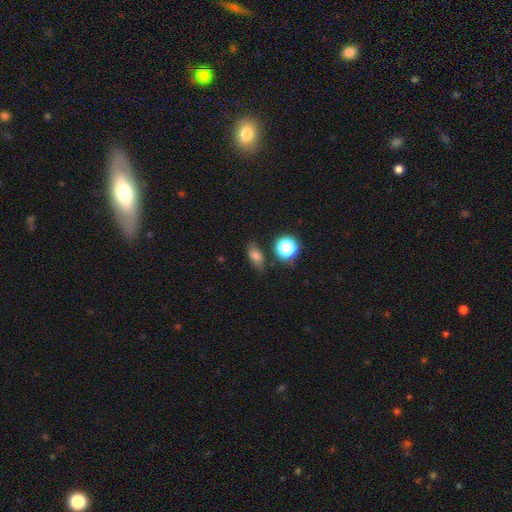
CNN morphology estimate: Q: Smooth or featured?
A: smooth (72%); runner-up: star or artifact (16%)
Q: How rounded?
A: in between (74%); runner-up: round (18%)
Q: Merging?
A: none (77%); runner-up: minor disturbance (15%)